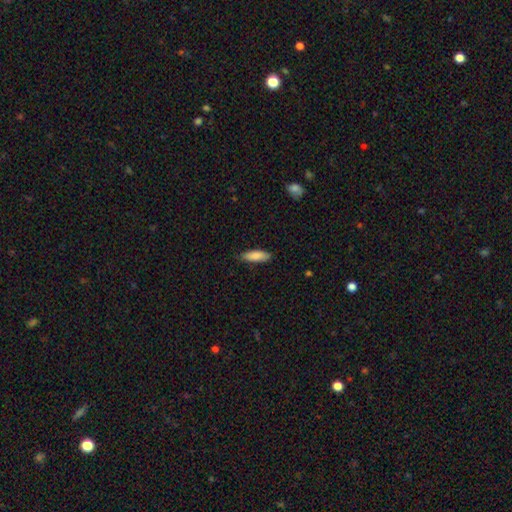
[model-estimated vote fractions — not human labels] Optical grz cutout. It shows a smooth galaxy with no disk features (86%) that is cigar-shaped (49%, tied with in between). Merging: none (84%).